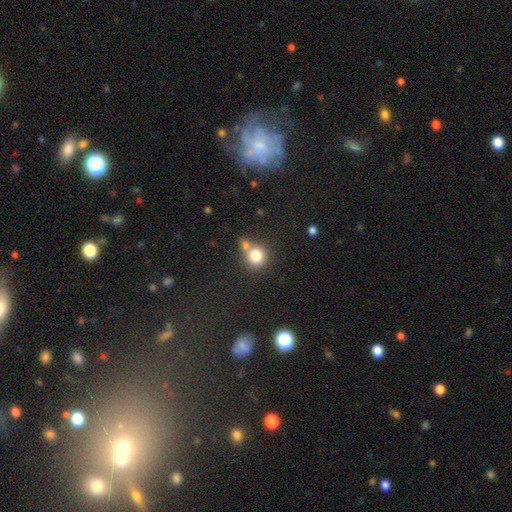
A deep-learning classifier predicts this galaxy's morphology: type=smooth (80%); roundness=round (85%); merging=none (51%).